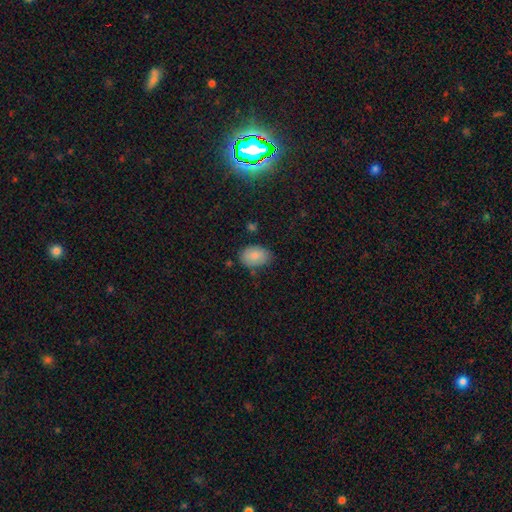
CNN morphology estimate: This appears to be a smooth galaxy with no disk features (85%) that is in between round and cigar-shaped (84%). Merging: none (75%).